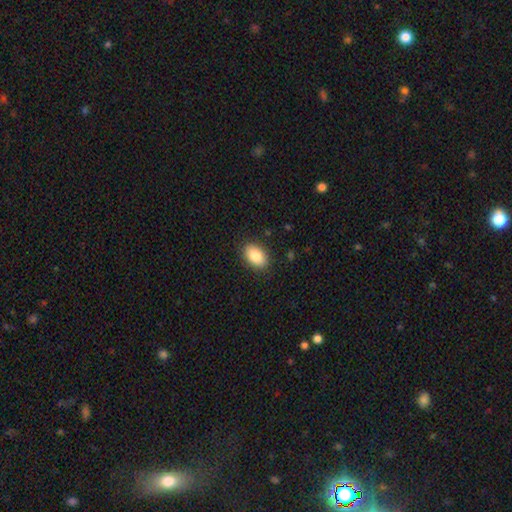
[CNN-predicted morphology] This appears to be a smooth galaxy with no disk features (85%) that is in between round and cigar-shaped (88%). Merging: none (88%).